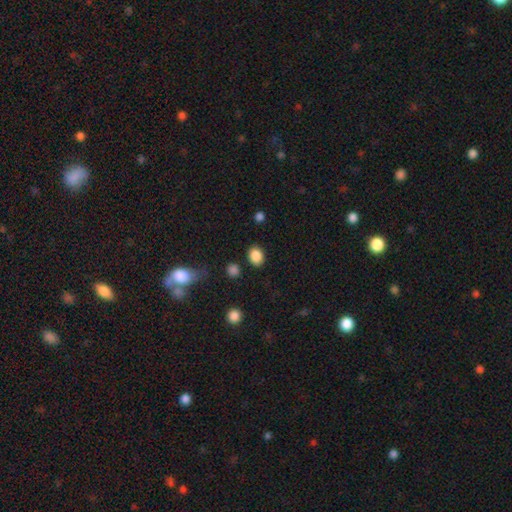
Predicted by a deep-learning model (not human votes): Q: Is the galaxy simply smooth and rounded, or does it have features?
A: smooth — 86%.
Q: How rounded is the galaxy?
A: in between — 55%.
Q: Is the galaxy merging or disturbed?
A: none — 83%.